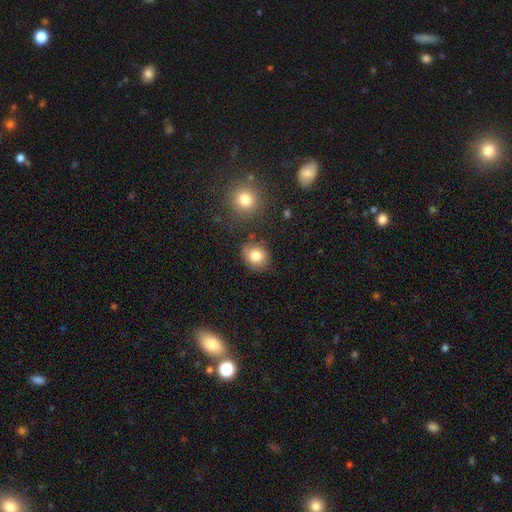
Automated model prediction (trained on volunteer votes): A smooth galaxy with no disk features (82%) that is round (64%).

Vote fractions:
- Smooth or featured? smooth: 82% / star or artifact: 10% / featured or disk: 8%
- How rounded? round: 64% / in between: 35% / cigar-shaped: 1%
- Merging? none: 79% / minor disturbance: 13% / merger: 5% / major disturbance: 3%